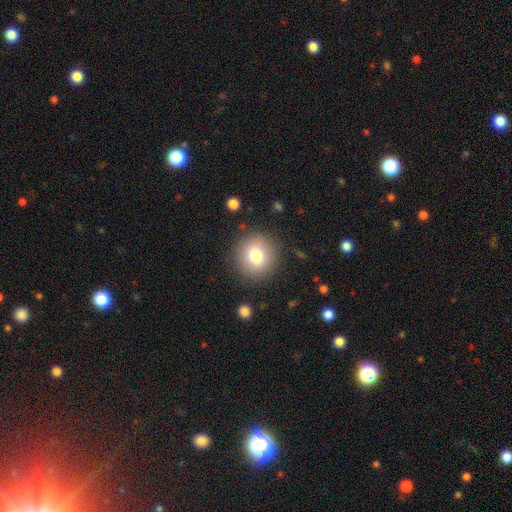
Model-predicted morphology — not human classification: Overall: smooth (77%). How rounded: round (93%). Merging: none (87%).